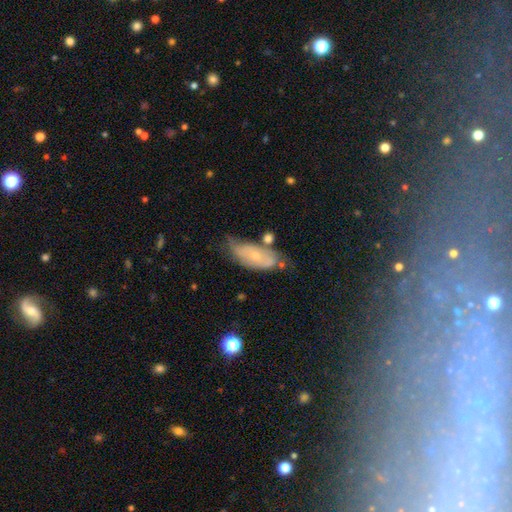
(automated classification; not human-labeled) This is possibly a featured or disk galaxy (50%). It is clearly not viewed edge-on (85%). Merging: possibly none (45%).